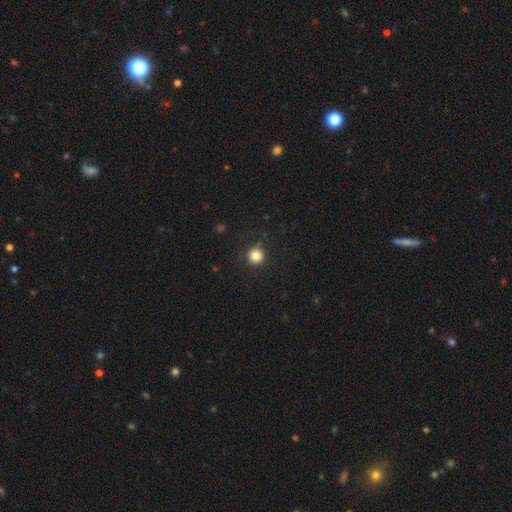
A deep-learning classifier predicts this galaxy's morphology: smooth-or-featured: smooth: 84% | star or artifact: 11% | featured or disk: 5%
  how-rounded: round: 94% | in between: 5% | cigar-shaped: 1%
  merging: none: 87% | minor disturbance: 9% | major disturbance: 3% | merger: 1%